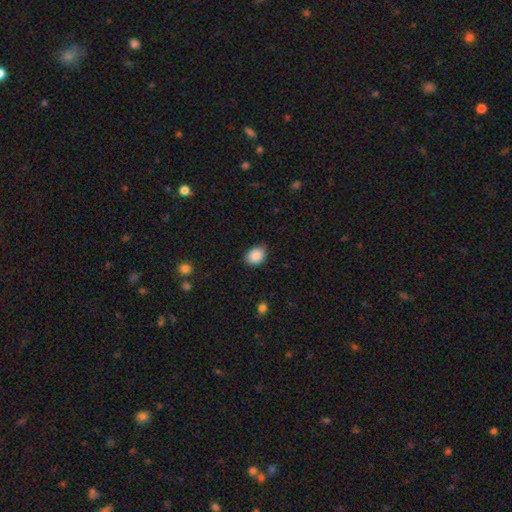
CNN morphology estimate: Q: Smooth or featured?
A: smooth (88%); runner-up: star or artifact (8%)
Q: How rounded?
A: in between (55%); runner-up: round (44%)
Q: Merging?
A: none (76%); runner-up: minor disturbance (20%)